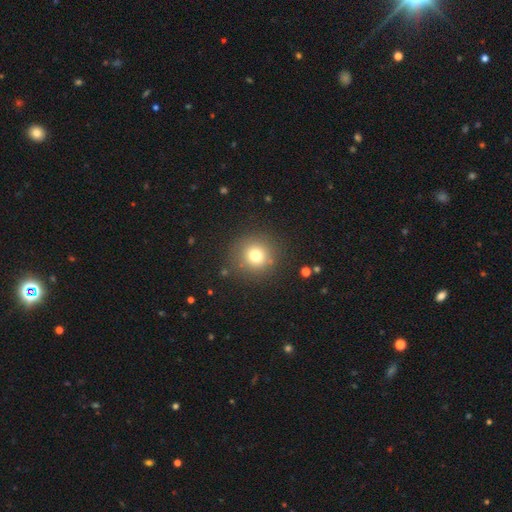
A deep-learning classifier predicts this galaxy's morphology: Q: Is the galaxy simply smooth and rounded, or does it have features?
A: smooth — 75%.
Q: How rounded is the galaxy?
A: round — 94%.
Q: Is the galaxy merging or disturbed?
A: none — 87%.